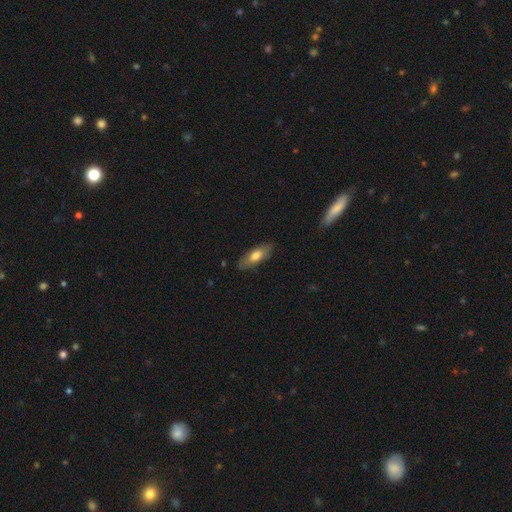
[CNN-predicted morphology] This is likely a smooth galaxy (70%). How rounded: likely in between (72%). Merging: clearly none (84%).